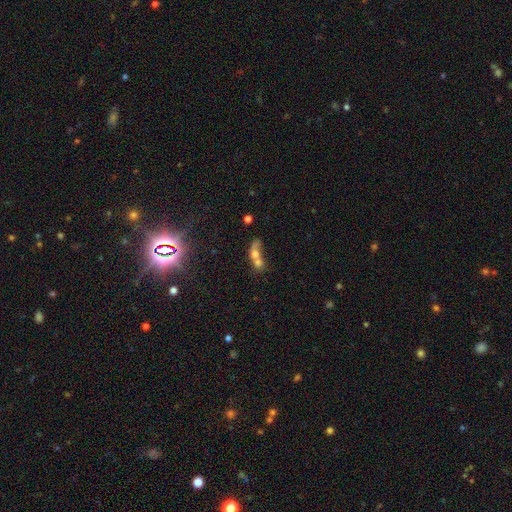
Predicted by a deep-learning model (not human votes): smooth-or-featured: smooth: 58% | featured or disk: 29% | star or artifact: 13%
  how-rounded: in between: 51% | round: 37% | cigar-shaped: 12%
  merging: merger: 73% | none: 12% | major disturbance: 9% | minor disturbance: 6%